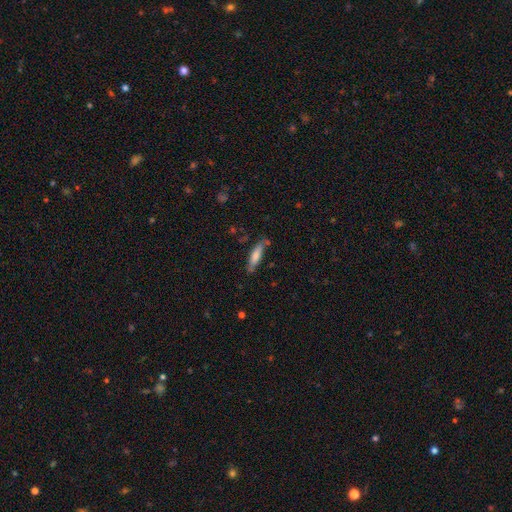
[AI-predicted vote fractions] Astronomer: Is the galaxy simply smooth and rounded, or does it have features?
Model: smooth — 69%.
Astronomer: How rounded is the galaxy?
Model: cigar-shaped — 72%.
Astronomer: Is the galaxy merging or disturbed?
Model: none — 70%.